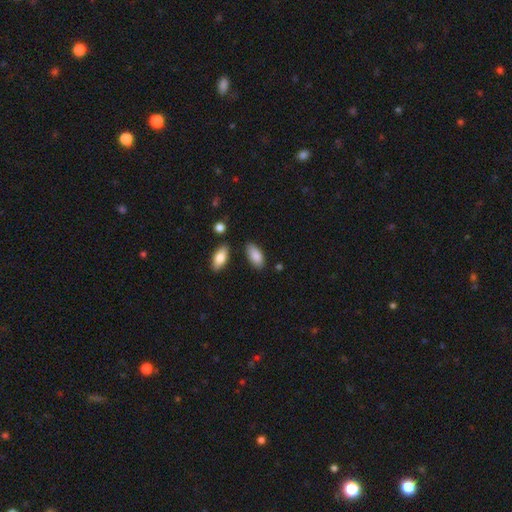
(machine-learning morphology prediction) Smooth or featured?
  - smooth: 86% *
  - featured or disk: 7%
  - star or artifact: 6%
How rounded?
  - in between: 91% *
  - cigar-shaped: 7%
  - round: 2%
Merging?
  - none: 79% *
  - minor disturbance: 13%
  - merger: 4%
  - major disturbance: 3%